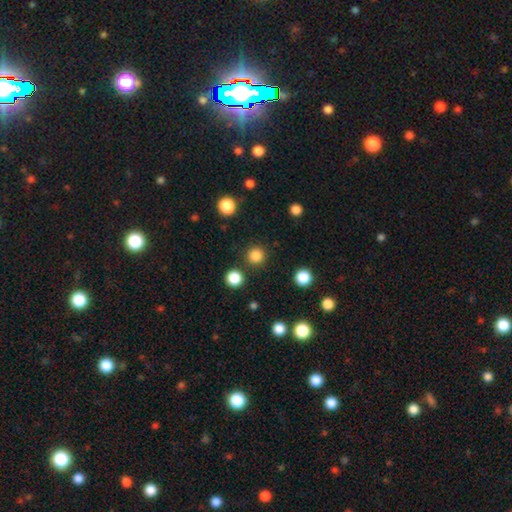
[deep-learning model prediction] Smooth or featured? smooth (84%)
How rounded? round (95%)
Merging? none (89%)